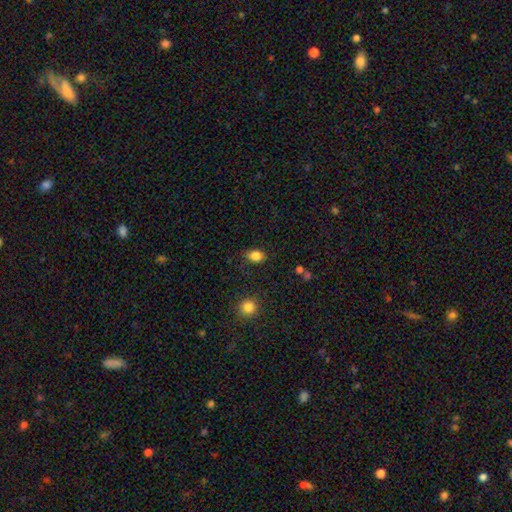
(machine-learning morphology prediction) This is clearly a smooth galaxy (84%). How rounded: likely in between (69%). Merging: likely none (76%).